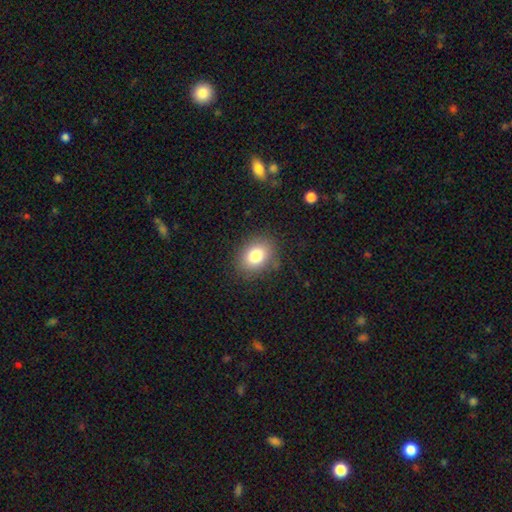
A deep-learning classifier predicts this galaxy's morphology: smooth_or_featured: smooth (p=0.81) [alt: star or artifact p=0.10]
how_rounded: in between (p=0.62) [alt: round p=0.37]
merging: none (p=0.84) [alt: minor disturbance p=0.11]